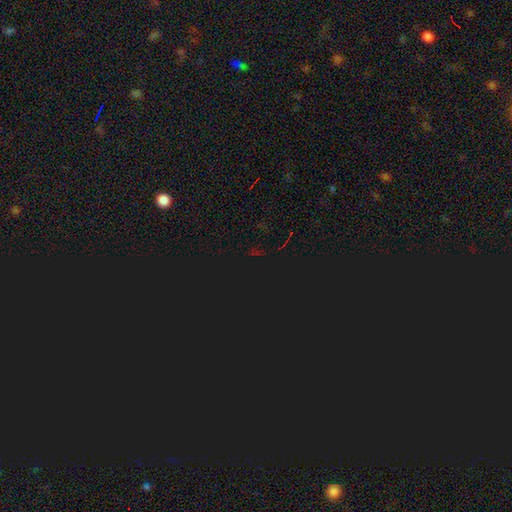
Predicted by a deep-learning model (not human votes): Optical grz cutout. It shows a star or artifact, not a galaxy (81%).